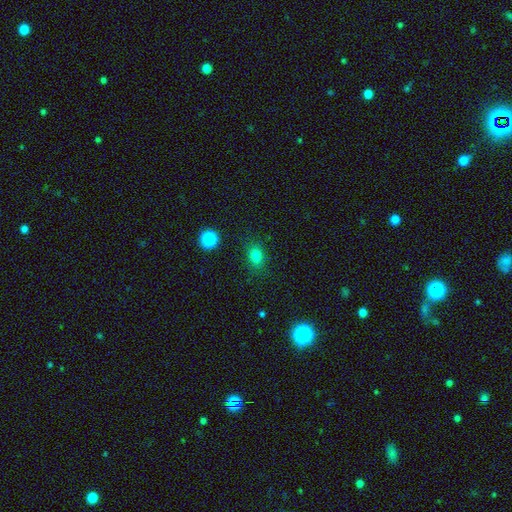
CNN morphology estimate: type=smooth (80%); roundness=in between (67%); merging=none (82%).